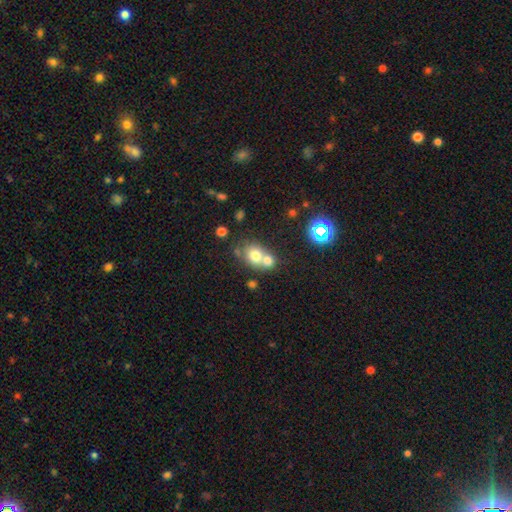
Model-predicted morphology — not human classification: Overall: smooth (70%). How rounded: round (65%; in between 34%). Merging: merger (59%; none 31%).